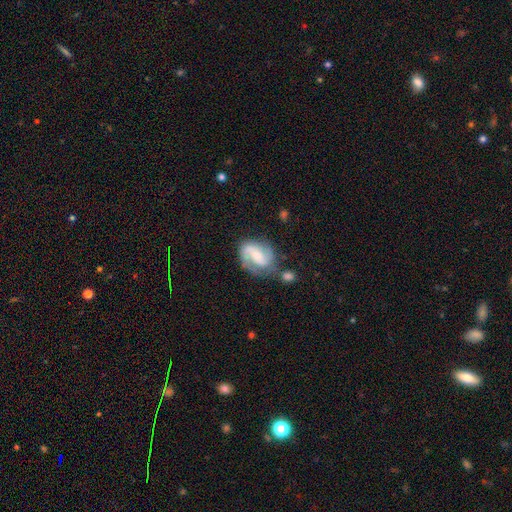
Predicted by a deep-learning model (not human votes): Smooth or featured: featured or disk — 80% (smooth — 14%)
Edge-on disk: no — 97% (yes — 3%)
Bar: weak — 46% (no — 32%)
Spiral arms: yes — 95% (no — 5%)
Spiral winding: medium — 51% (tight — 27%)
Spiral arm count: 2 — 85% (can't tell — 5%)
Bulge size: small — 46% (moderate — 36%)
Merging: none — 61% (minor disturbance — 20%)